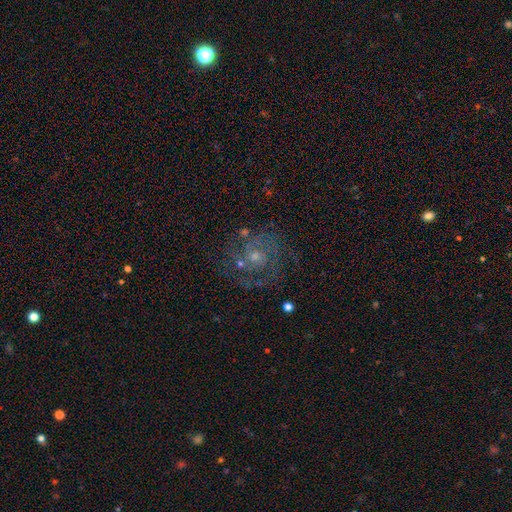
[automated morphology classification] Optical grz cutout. It shows a featured or disk galaxy (76%) with no bar (74%), 2 (41%) tight (50%) spiral arms (89%) and a small central bulge (49%). Merging: none (67%).